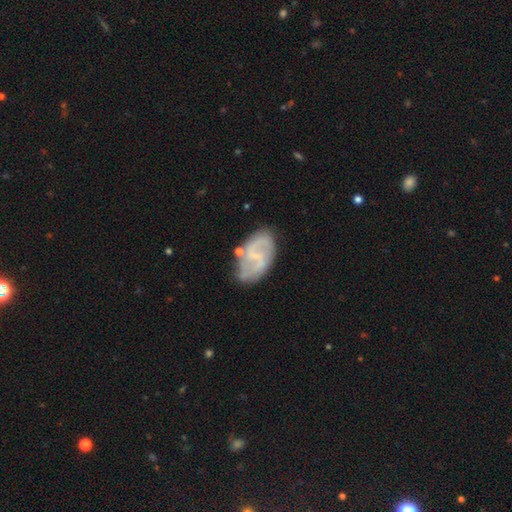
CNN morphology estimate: Smooth or featured? featured or disk (74%)
Edge-on disk? no (97%)
Bar? weak (50%)
Spiral arms? yes (87%)
Spiral winding? medium (42%)
Spiral arm count? 2 (79%)
Bulge size? none (45%)
Merging? none (68%)